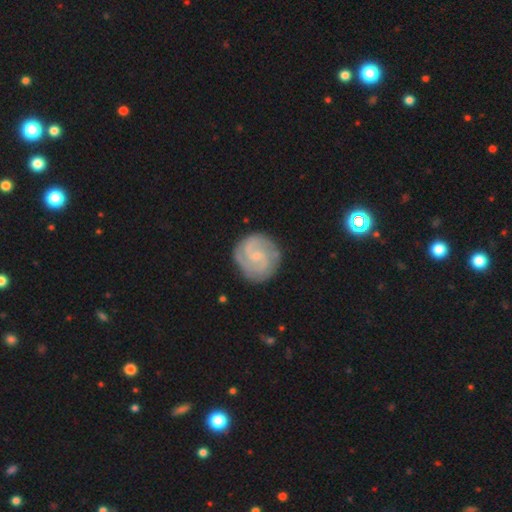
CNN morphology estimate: Overall: featured or disk (84%). Edge-on disk: no (98%). Bar: no (52%; weak 41%). Spiral arms: yes (97%). Spiral arm count: 2 (55%; 3 21%). Spiral winding: tight (51%; medium 40%). Bulge size: small (73%). Merging: none (80%).